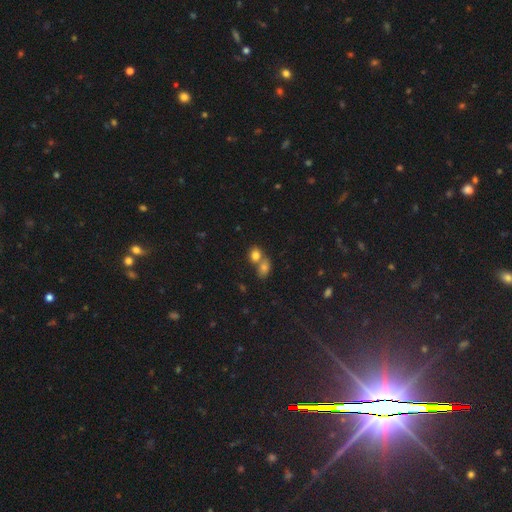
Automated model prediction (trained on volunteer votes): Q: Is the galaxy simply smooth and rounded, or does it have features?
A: smooth — 79%.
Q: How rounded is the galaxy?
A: round — 54%.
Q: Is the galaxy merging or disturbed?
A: merger — 56%.